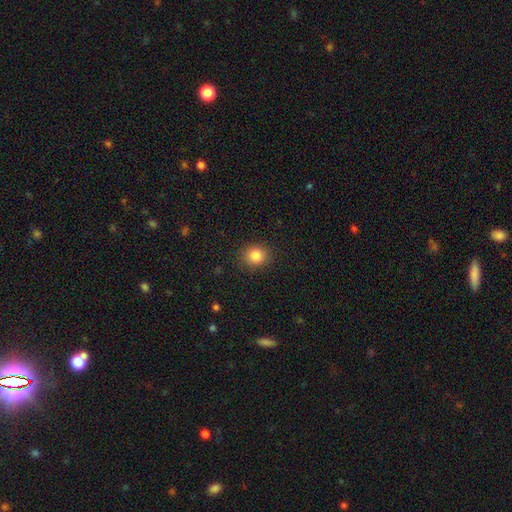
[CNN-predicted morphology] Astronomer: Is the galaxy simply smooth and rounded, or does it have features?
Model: smooth — 84%.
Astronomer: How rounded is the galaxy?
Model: round — 80%.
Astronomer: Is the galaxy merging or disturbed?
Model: none — 88%.